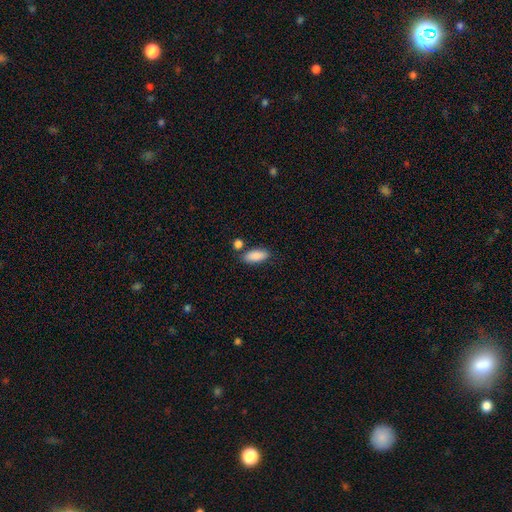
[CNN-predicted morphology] The model was most divided on "merging": none: 75%, minor disturbance: 12%, merger: 10%, major disturbance: 3%. More confident: smooth or featured — smooth (89%); how rounded — in between (87%).